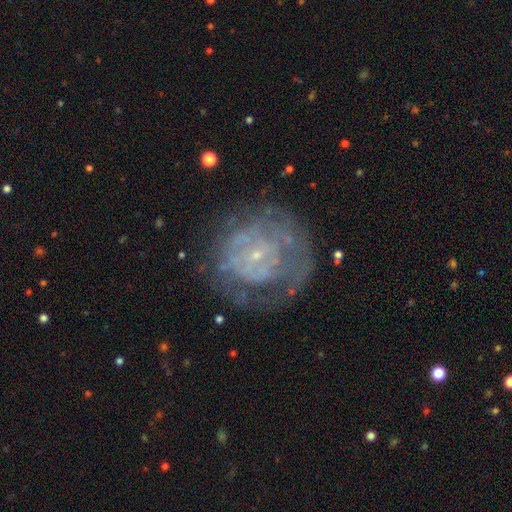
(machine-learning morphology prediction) type=featured or disk (69%); edge-on=no (97%); bar=no (76%); spiral arms=yes (57%); bulge=small (82%); merging=none (60%).